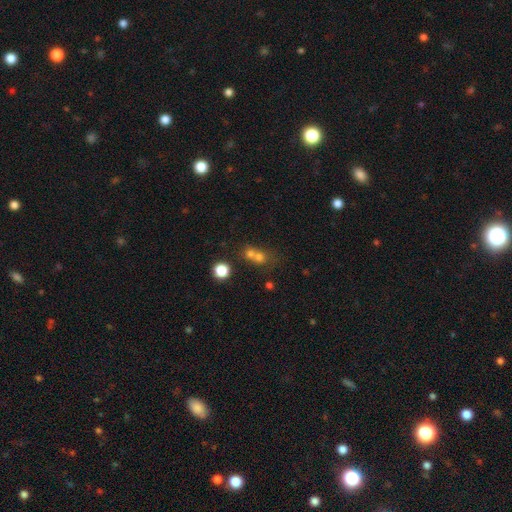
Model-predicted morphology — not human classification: Smooth or featured?
  - smooth: 68% *
  - star or artifact: 17%
  - featured or disk: 15%
How rounded?
  - round: 77% *
  - in between: 21%
  - cigar-shaped: 2%
Merging?
  - merger: 56% *
  - none: 33%
  - minor disturbance: 6%
  - major disturbance: 5%